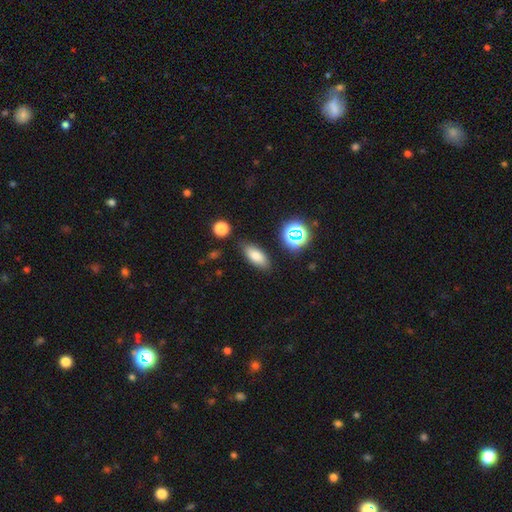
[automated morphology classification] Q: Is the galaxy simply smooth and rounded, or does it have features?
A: smooth — 76%.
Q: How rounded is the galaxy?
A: in between — 80%.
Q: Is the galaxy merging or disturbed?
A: none — 84%.